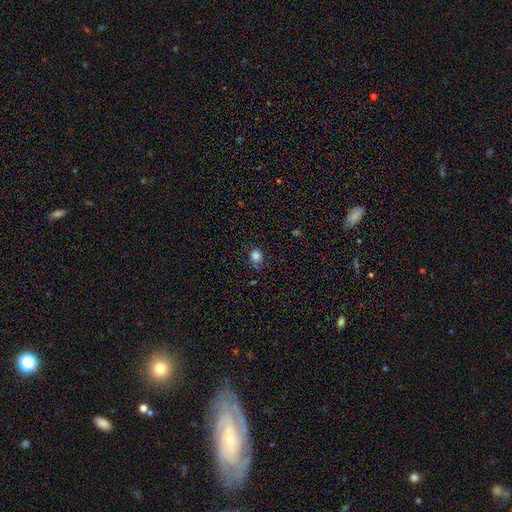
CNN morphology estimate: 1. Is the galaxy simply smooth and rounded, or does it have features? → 81% smooth, 13% star or artifact, 7% featured or disk.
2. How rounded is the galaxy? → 61% round, 38% in between, 1% cigar-shaped.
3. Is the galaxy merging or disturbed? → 63% none, 26% minor disturbance, 9% major disturbance, 2% merger.